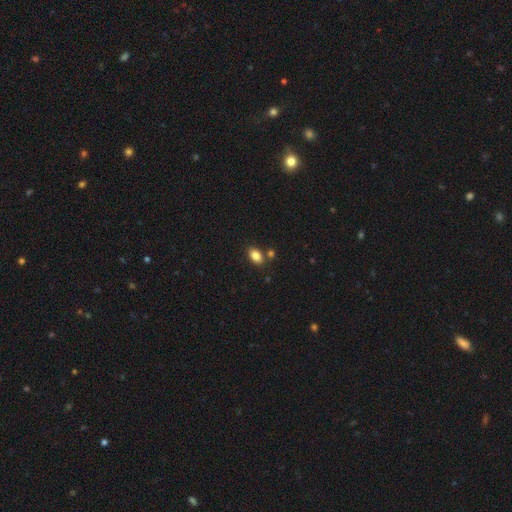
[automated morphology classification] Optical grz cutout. It shows a smooth galaxy with no disk features (85%) that is in between round and cigar-shaped (85%). Merging: none (77%).